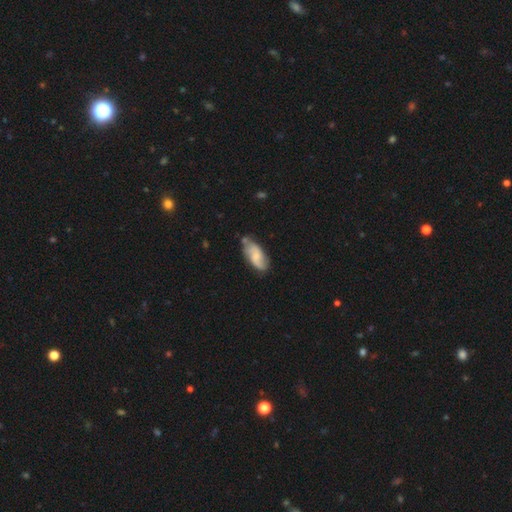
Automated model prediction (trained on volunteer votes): Smooth or featured? smooth (48%)
Merging? none (59%)